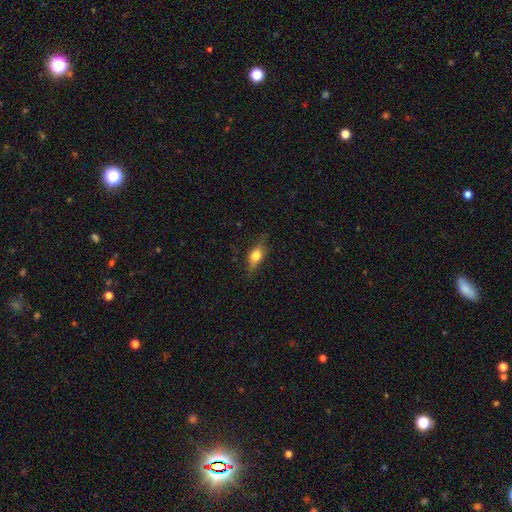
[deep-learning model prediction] Smooth or featured? Predicted: smooth (p=0.59). How rounded? Predicted: in between (p=0.66). Merging? Predicted: none (p=0.73).